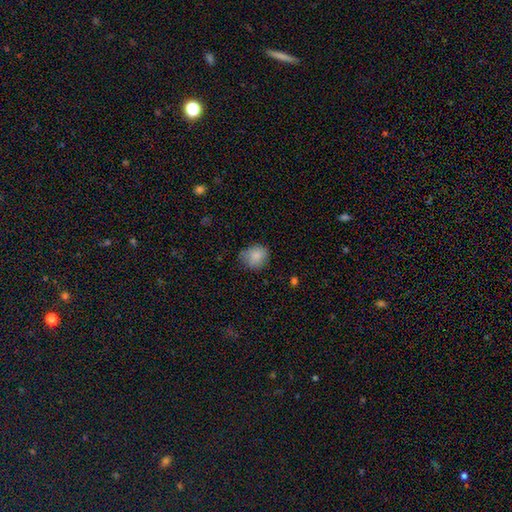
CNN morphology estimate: The model was most divided on "merging": none: 71%, minor disturbance: 23%, major disturbance: 5%, merger: 1%. More confident: smooth or featured — smooth (85%); how rounded — round (74%).